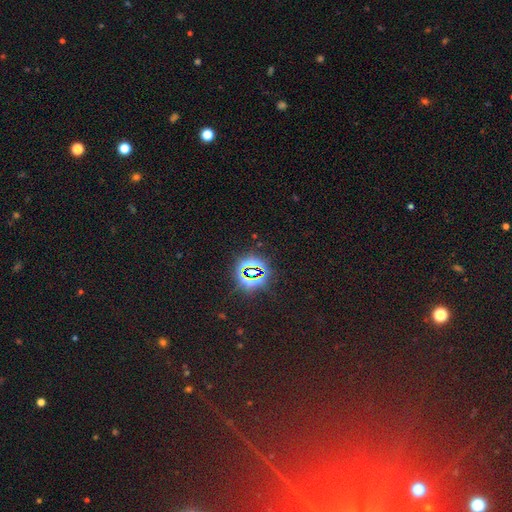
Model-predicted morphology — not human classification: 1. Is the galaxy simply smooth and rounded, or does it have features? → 79% star or artifact, 13% smooth, 8% featured or disk.